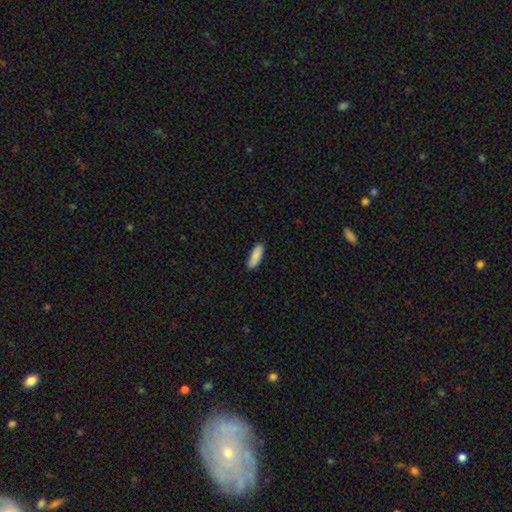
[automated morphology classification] smooth-or-featured: smooth: 89% | star or artifact: 6% | featured or disk: 5%
  how-rounded: in between: 58% | cigar-shaped: 41% | round: 2%
  merging: none: 88% | minor disturbance: 10% | major disturbance: 2% | merger: 1%